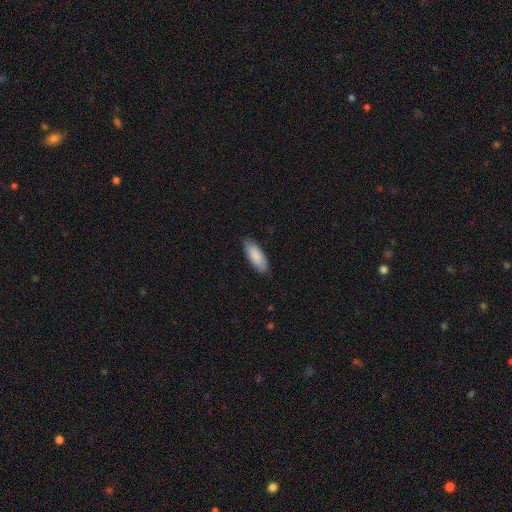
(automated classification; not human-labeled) The model was most divided on "how rounded": in between: 74%, cigar-shaped: 25%, round: 1%. More confident: smooth or featured — smooth (89%); merging — none (85%).